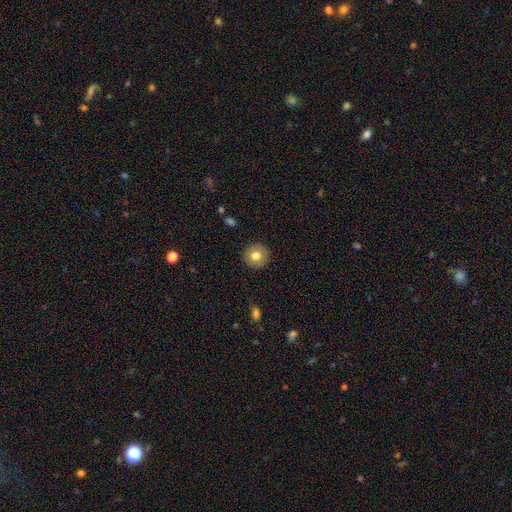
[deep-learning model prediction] Smooth or featured?
  - smooth: 79% *
  - featured or disk: 12%
  - star or artifact: 9%
How rounded?
  - round: 94% *
  - in between: 5%
  - cigar-shaped: 1%
Merging?
  - none: 91% *
  - minor disturbance: 6%
  - major disturbance: 2%
  - merger: 1%